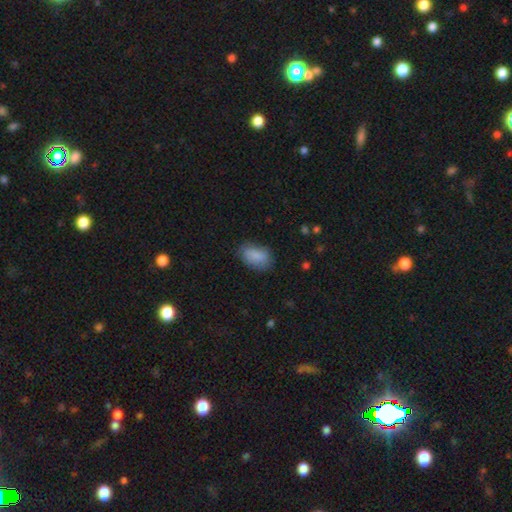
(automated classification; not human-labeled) A smooth galaxy with no disk features (86%) that is in between round and cigar-shaped (90%).

Vote fractions:
- Smooth or featured? smooth: 86% / star or artifact: 7% / featured or disk: 7%
- How rounded? in between: 90% / round: 8% / cigar-shaped: 2%
- Merging? none: 74% / minor disturbance: 20% / major disturbance: 5% / merger: 1%